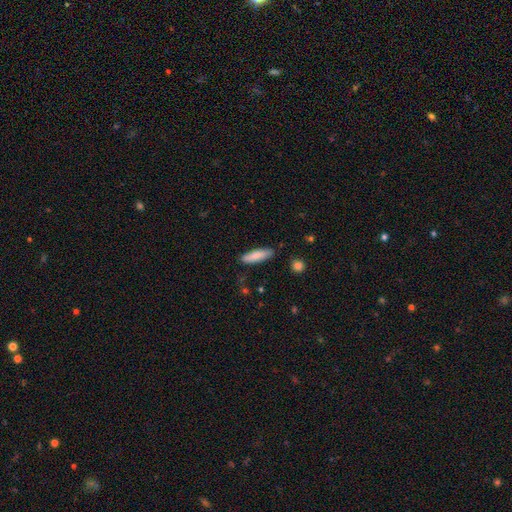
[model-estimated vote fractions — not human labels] Smooth or featured? Predicted: smooth (p=0.82). How rounded? Predicted: cigar-shaped (p=0.66). Merging? Predicted: none (p=0.84).